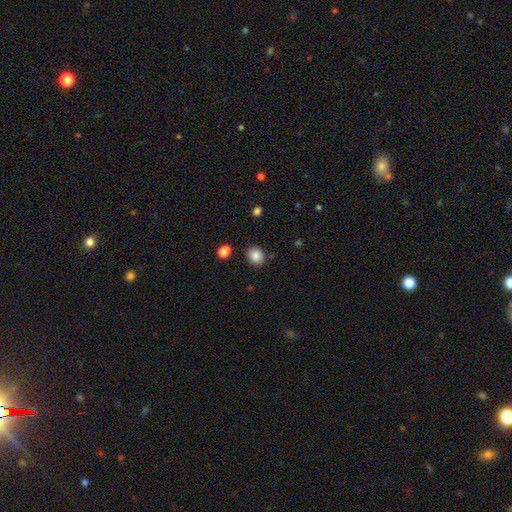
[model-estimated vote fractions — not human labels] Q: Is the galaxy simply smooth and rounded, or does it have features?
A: smooth — 86%.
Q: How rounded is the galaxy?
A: round — 72%.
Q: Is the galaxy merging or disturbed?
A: none — 85%.